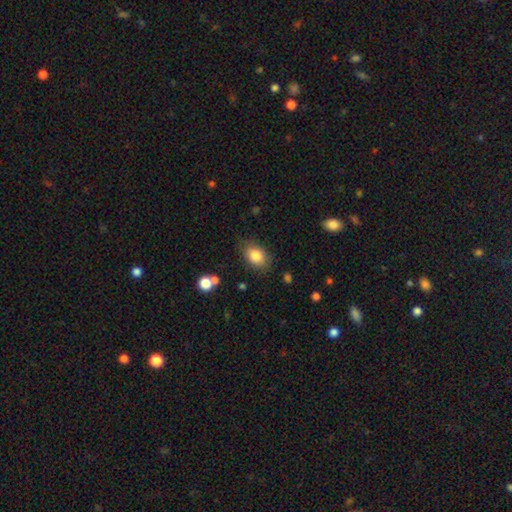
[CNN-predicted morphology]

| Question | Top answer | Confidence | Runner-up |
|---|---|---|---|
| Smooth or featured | smooth | 84% | star or artifact (8%) |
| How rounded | in between | 75% | round (23%) |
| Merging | none | 79% | minor disturbance (15%) |